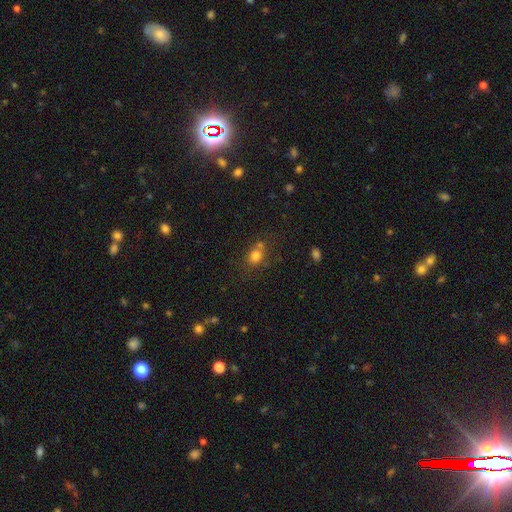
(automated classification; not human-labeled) smooth_or_featured: smooth (p=0.77) [alt: star or artifact p=0.14]
how_rounded: round (p=0.64) [alt: in between p=0.34]
merging: none (p=0.58) [alt: merger p=0.22]